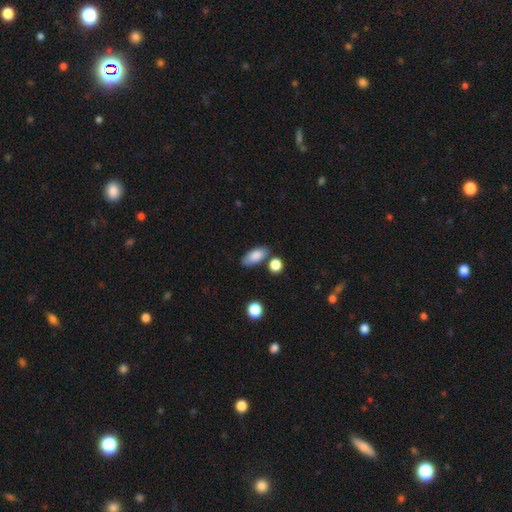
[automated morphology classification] Q: Smooth or featured?
A: smooth (85%); runner-up: featured or disk (8%)
Q: How rounded?
A: in between (85%); runner-up: cigar-shaped (10%)
Q: Merging?
A: none (74%); runner-up: minor disturbance (14%)